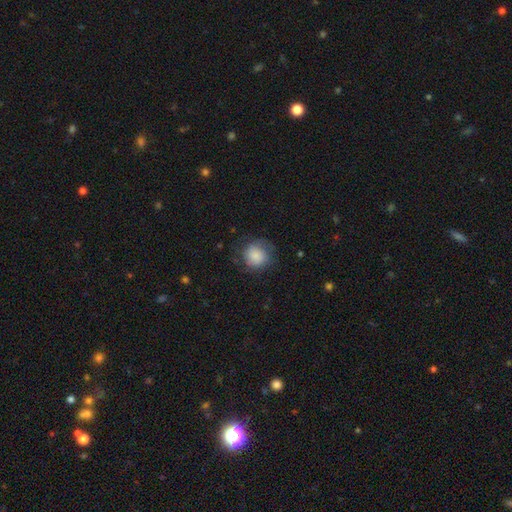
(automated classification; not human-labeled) Smooth or featured? smooth (77%)
How rounded? round (87%)
Merging? none (68%)